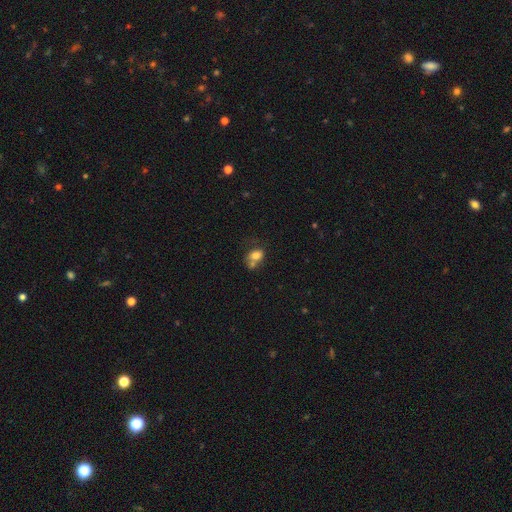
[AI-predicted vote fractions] Smooth or featured? smooth (74%)
How rounded? in between (62%)
Merging? merger (46%)